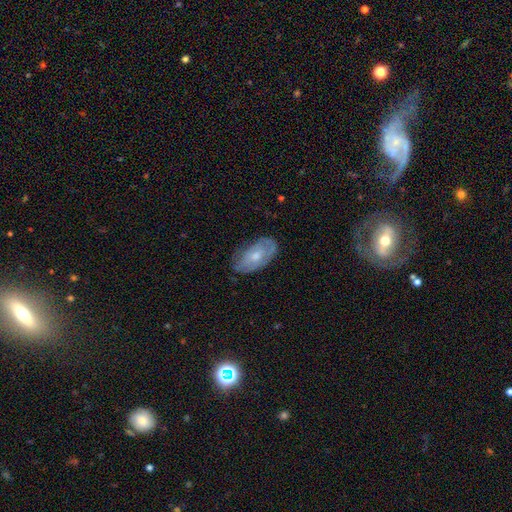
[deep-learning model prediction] Q: Smooth or featured?
A: featured or disk (49%); runner-up: smooth (45%)
Q: Merging?
A: none (69%); runner-up: minor disturbance (24%)